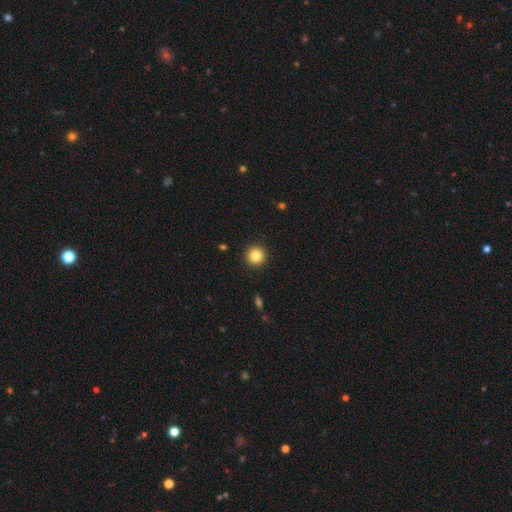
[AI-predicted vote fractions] Morphology: type=smooth (85%); roundness=round (95%); merging=none (93%).